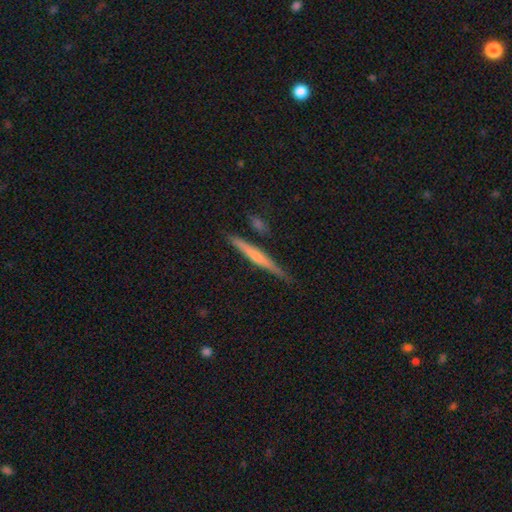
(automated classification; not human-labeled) This appears to be a featured or disk galaxy (52%) viewed edge-on (97%) with no central bulge (53%). Merging: none (82%).